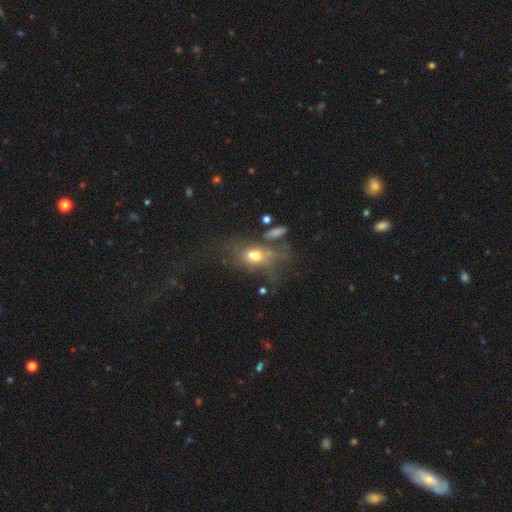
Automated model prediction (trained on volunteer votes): Smooth or featured? Predicted: smooth (p=0.58). How rounded? Predicted: in between (p=0.72). Merging? Predicted: major disturbance (p=0.32).